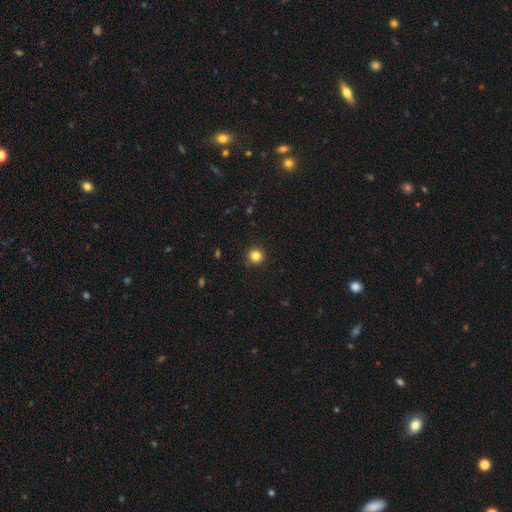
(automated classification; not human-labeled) Q: Smooth or featured?
A: smooth (83%); runner-up: star or artifact (12%)
Q: How rounded?
A: round (93%); runner-up: in between (6%)
Q: Merging?
A: none (90%); runner-up: minor disturbance (7%)